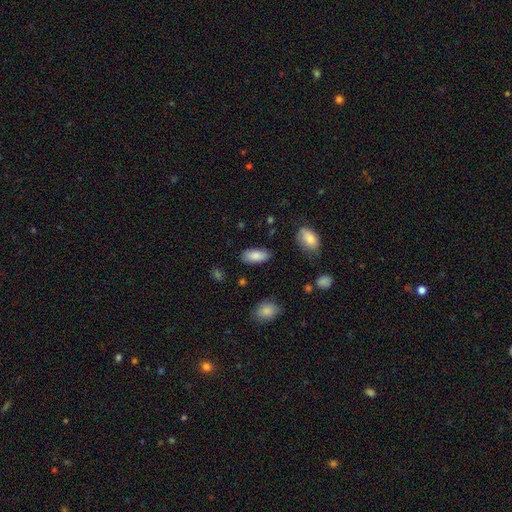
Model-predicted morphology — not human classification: This is clearly a smooth galaxy (86%). How rounded: clearly in between (88%). Merging: clearly none (84%).